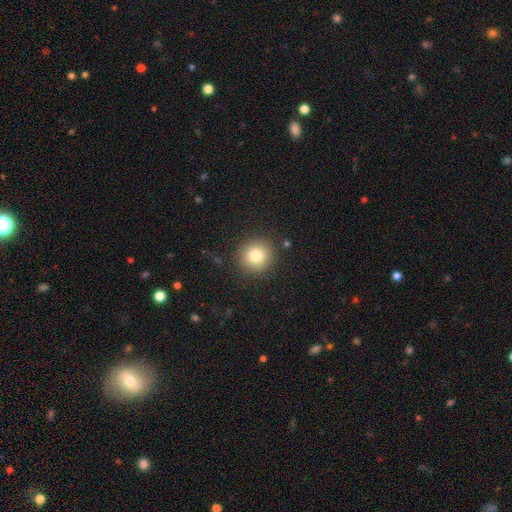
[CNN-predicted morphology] Q: Smooth or featured?
A: smooth (82%); runner-up: star or artifact (10%)
Q: How rounded?
A: round (90%); runner-up: in between (9%)
Q: Merging?
A: none (88%); runner-up: minor disturbance (8%)